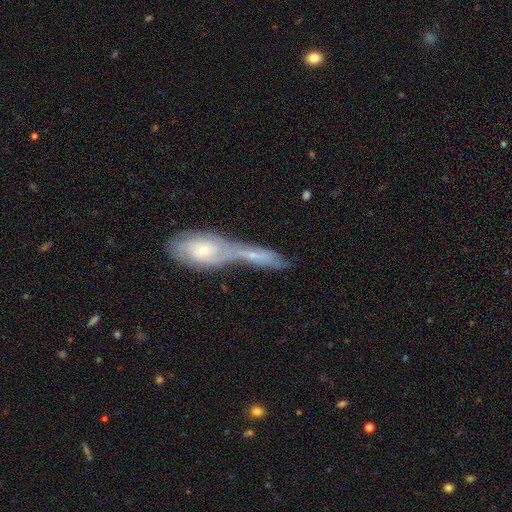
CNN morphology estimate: A featured or disk galaxy (59%).

Vote fractions:
- Smooth or featured? featured or disk: 59% / smooth: 34% / star or artifact: 7%
- Edge-on disk? no: 78% / yes: 22%
- Merging? merger: 70% / none: 18% / minor disturbance: 8% / major disturbance: 4%